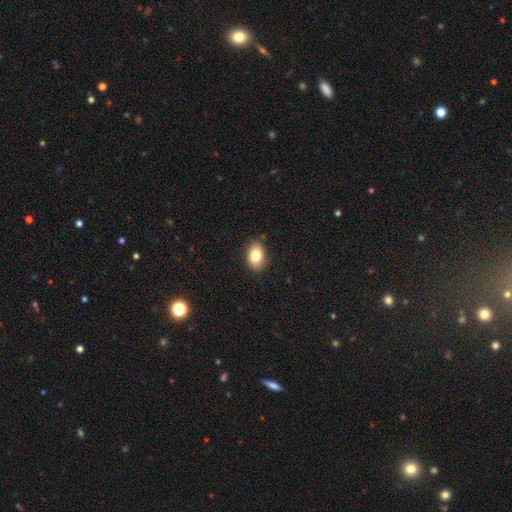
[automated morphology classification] This appears to be a smooth galaxy with no disk features (83%) that is in between round and cigar-shaped (82%). Merging: none (86%).